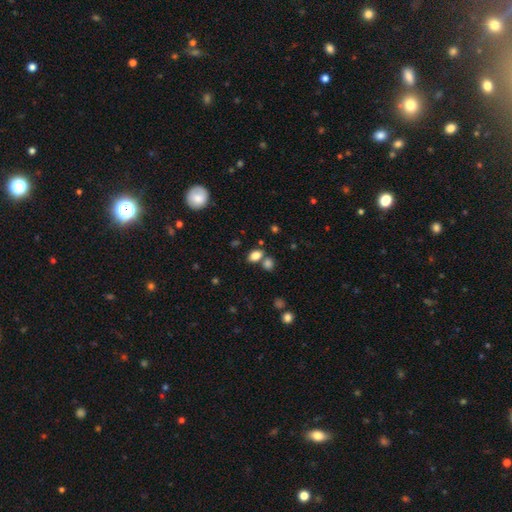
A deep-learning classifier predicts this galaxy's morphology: smooth-or-featured: smooth: 83% | star or artifact: 11% | featured or disk: 6%
  how-rounded: in between: 82% | round: 16% | cigar-shaped: 2%
  merging: none: 61% | merger: 25% | minor disturbance: 11% | major disturbance: 4%